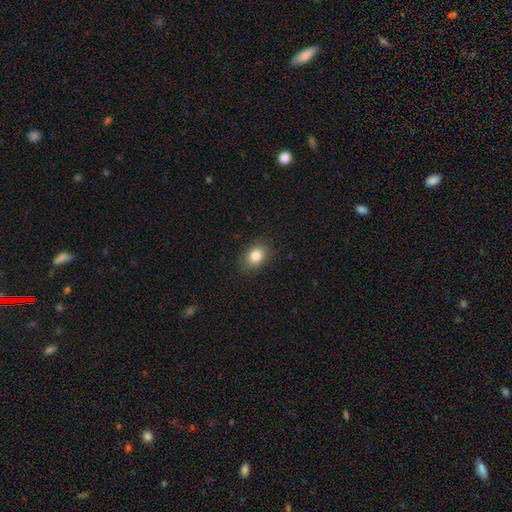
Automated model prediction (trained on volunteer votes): smooth 83%, star or artifact 10%, featured or disk 7%. Down the decision tree: how rounded — in between (64%); merging — none (86%).